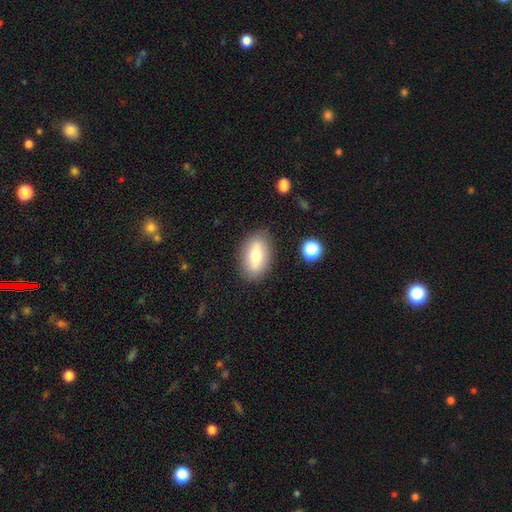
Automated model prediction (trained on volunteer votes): smooth_or_featured: smooth (p=0.69) [alt: featured or disk p=0.23]
how_rounded: in between (p=0.88) [alt: round p=0.08]
merging: none (p=0.83) [alt: minor disturbance p=0.11]